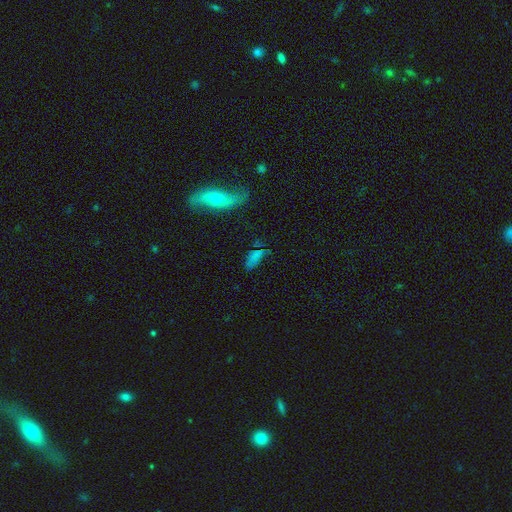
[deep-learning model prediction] A smooth galaxy with no disk features (61%) that is in between round and cigar-shaped (71%). Merging: none (57%).